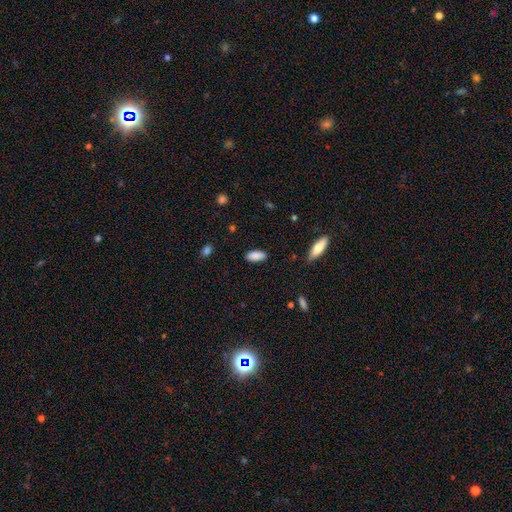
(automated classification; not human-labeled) Q: Smooth or featured?
A: smooth (88%); runner-up: star or artifact (7%)
Q: How rounded?
A: in between (83%); runner-up: cigar-shaped (15%)
Q: Merging?
A: none (86%); runner-up: minor disturbance (10%)